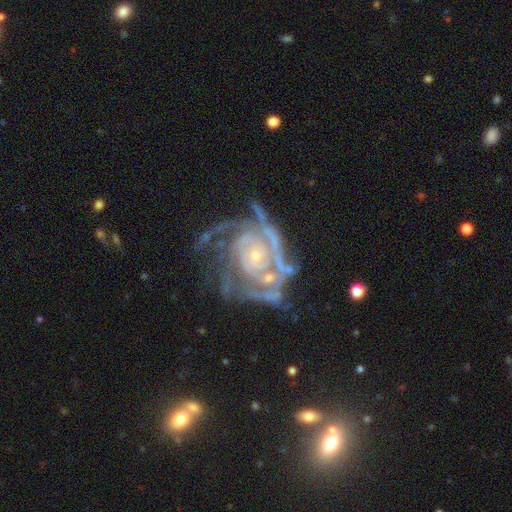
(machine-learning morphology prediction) smooth_or_featured: featured or disk (p=0.89) [alt: star or artifact p=0.07]
disk_edge_on: no (p=0.98) [alt: yes p=0.02]
bar: no (p=0.76) [alt: weak p=0.18]
has_spiral_arms: yes (p=0.96) [alt: no p=0.04]
spiral_winding: tight (p=0.66) [alt: medium p=0.27]
spiral_arm_count: 3 (p=0.28) [alt: can't tell p=0.23]
bulge_size: small (p=0.78) [alt: moderate p=0.17]
merging: none (p=0.40) [alt: major disturbance p=0.27]